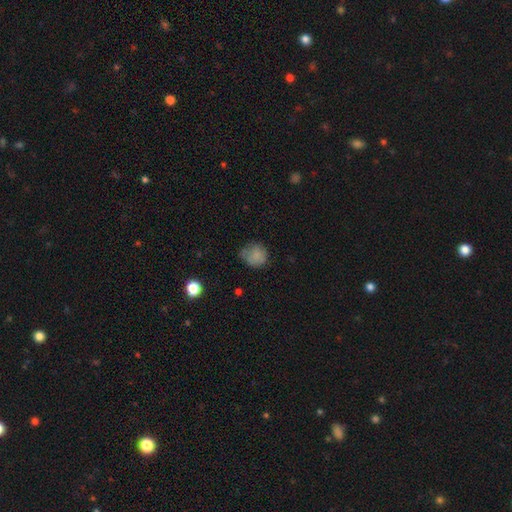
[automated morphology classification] smooth_or_featured: smooth (p=0.77) [alt: featured or disk p=0.12]
how_rounded: round (p=0.84) [alt: in between p=0.15]
merging: none (p=0.57) [alt: minor disturbance p=0.30]